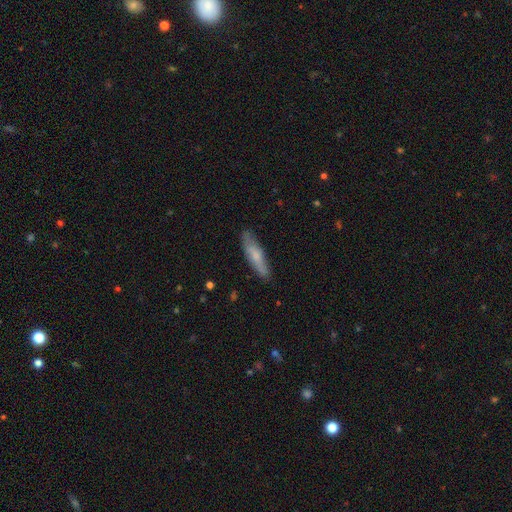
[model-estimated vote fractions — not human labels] A smooth galaxy with no disk features (65%) that is cigar-shaped (74%). Merging: none (80%).